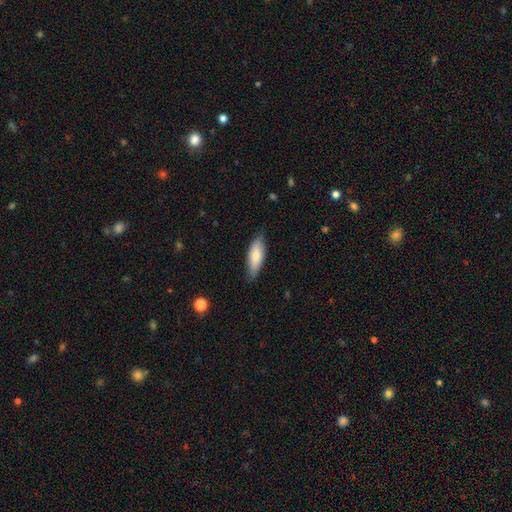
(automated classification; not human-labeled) smooth_or_featured: smooth (p=0.79) [alt: featured or disk p=0.15]
how_rounded: in between (p=0.67) [alt: cigar-shaped p=0.32]
merging: none (p=0.78) [alt: minor disturbance p=0.18]